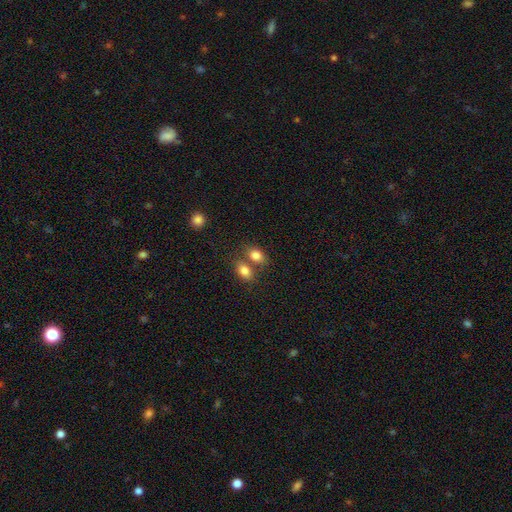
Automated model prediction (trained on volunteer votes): Smooth or featured? Predicted: smooth (p=0.83). How rounded? Predicted: in between (p=0.75). Merging? Predicted: none (p=0.44).